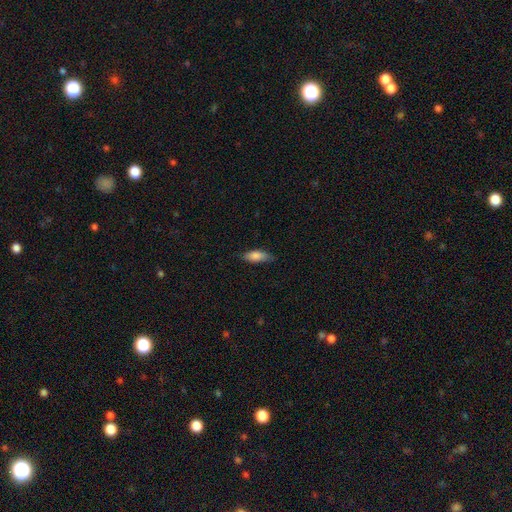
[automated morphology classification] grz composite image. It shows a smooth galaxy with no disk features (79%) that is in between round and cigar-shaped (68%). Merging: none (76%).